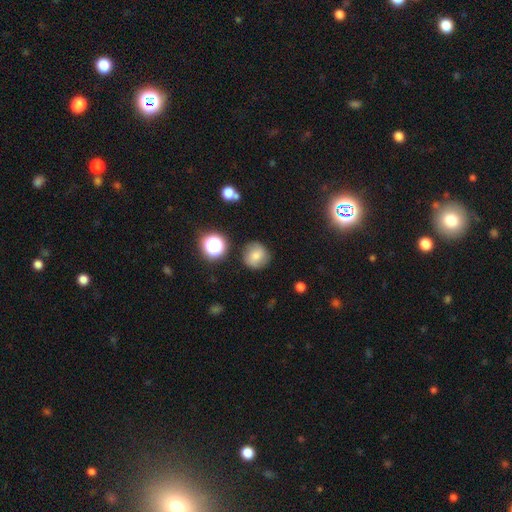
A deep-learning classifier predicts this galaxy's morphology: Smooth or featured? Predicted: smooth (p=0.72). How rounded? Predicted: round (p=0.91). Merging? Predicted: none (p=0.83).